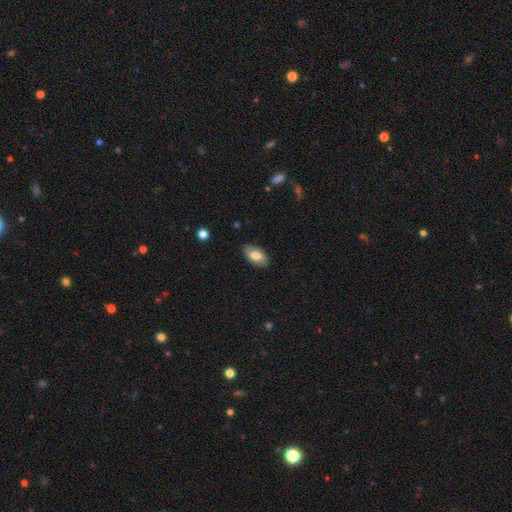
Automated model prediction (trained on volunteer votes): smooth_or_featured: smooth (p=0.76) [alt: featured or disk p=0.18]
how_rounded: in between (p=0.94) [alt: round p=0.04]
merging: none (p=0.85) [alt: minor disturbance p=0.12]